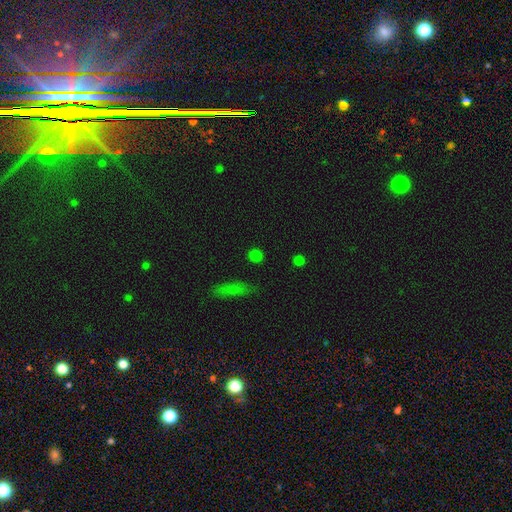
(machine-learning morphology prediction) A smooth galaxy with no disk features (75%) that is round (88%).

Vote fractions:
- Smooth or featured? smooth: 75% / star or artifact: 20% / featured or disk: 5%
- How rounded? round: 88% / in between: 9% / cigar-shaped: 3%
- Merging? none: 89% / minor disturbance: 7% / major disturbance: 2% / merger: 2%